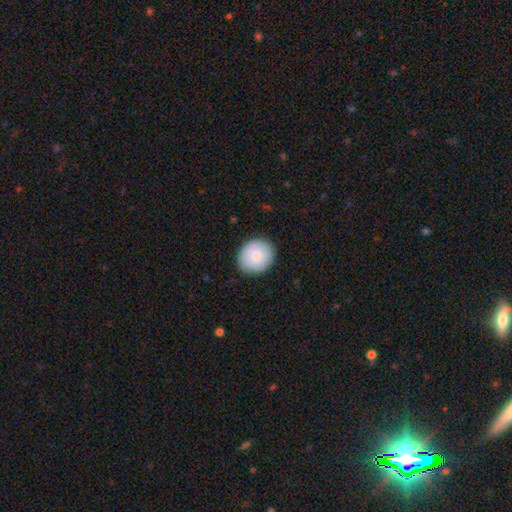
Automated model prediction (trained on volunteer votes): Smooth or featured? smooth (81%)
How rounded? round (78%)
Merging? none (85%)